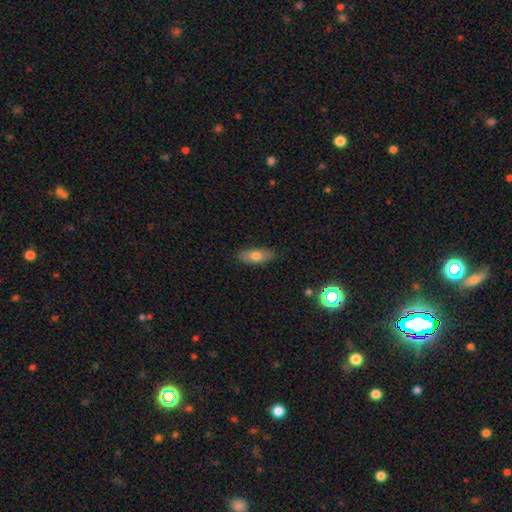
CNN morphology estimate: smooth-or-featured: smooth: 68% | featured or disk: 24% | star or artifact: 8%
  how-rounded: in between: 82% | cigar-shaped: 14% | round: 4%
  merging: none: 85% | minor disturbance: 12% | major disturbance: 2% | merger: 1%